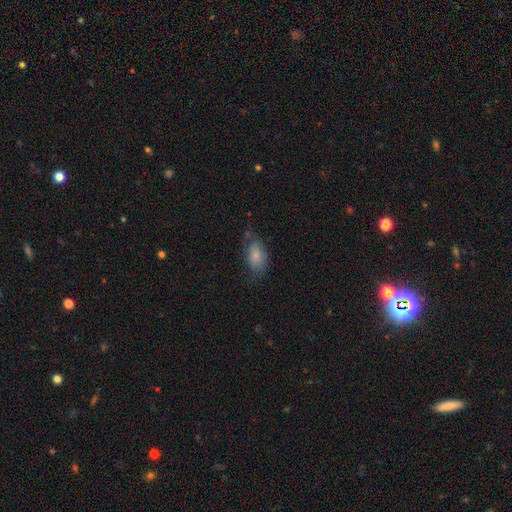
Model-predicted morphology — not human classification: This appears to be a smooth galaxy with no disk features (78%) that is in between round and cigar-shaped (91%). Merging: none (55%).